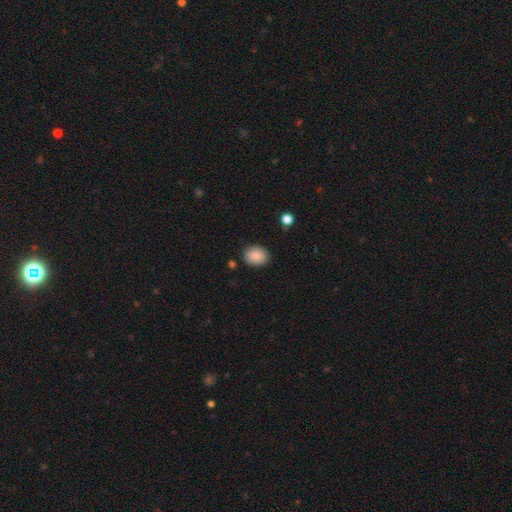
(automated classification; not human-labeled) Morphology: type=smooth (88%); roundness=round (50%); merging=none (86%).